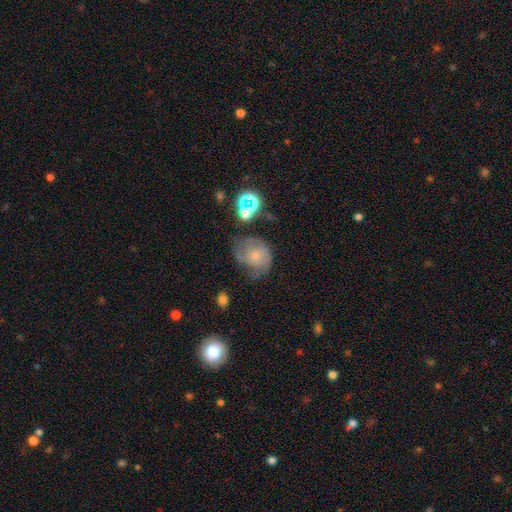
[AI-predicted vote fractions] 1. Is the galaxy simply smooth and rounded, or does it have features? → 48% smooth, 39% featured or disk, 13% star or artifact.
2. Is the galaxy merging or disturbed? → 37% none, 33% minor disturbance, 24% major disturbance, 6% merger.